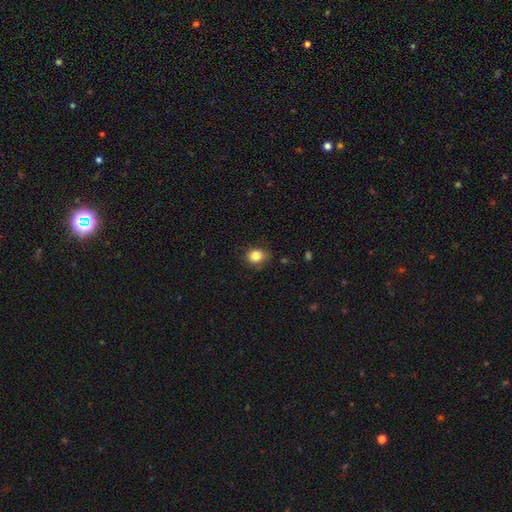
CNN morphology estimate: Smooth or featured? smooth (84%)
How rounded? round (69%)
Merging? none (78%)